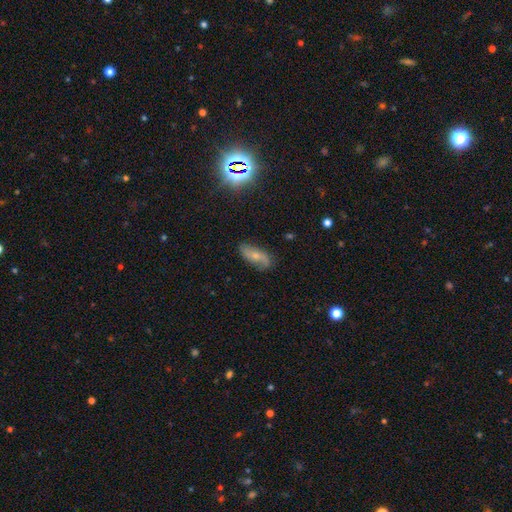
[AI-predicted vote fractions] Smooth or featured?
  - featured or disk: 46% *
  - smooth: 44%
  - star or artifact: 10%
Merging?
  - none: 73% *
  - minor disturbance: 20%
  - major disturbance: 5%
  - merger: 2%